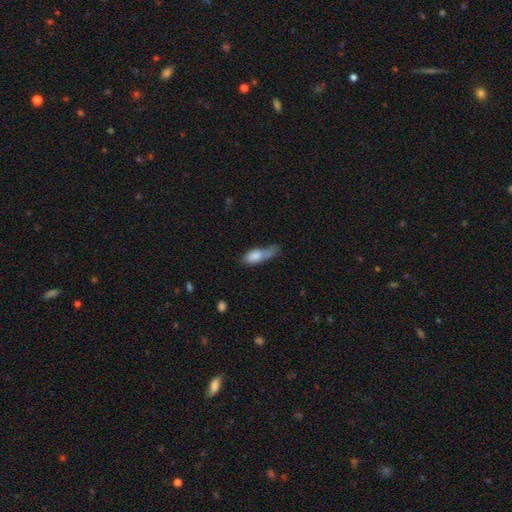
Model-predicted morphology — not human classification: Q: Smooth or featured?
A: smooth (75%); runner-up: featured or disk (17%)
Q: How rounded?
A: in between (69%); runner-up: cigar-shaped (25%)
Q: Merging?
A: major disturbance (30%); runner-up: minor disturbance (29%)